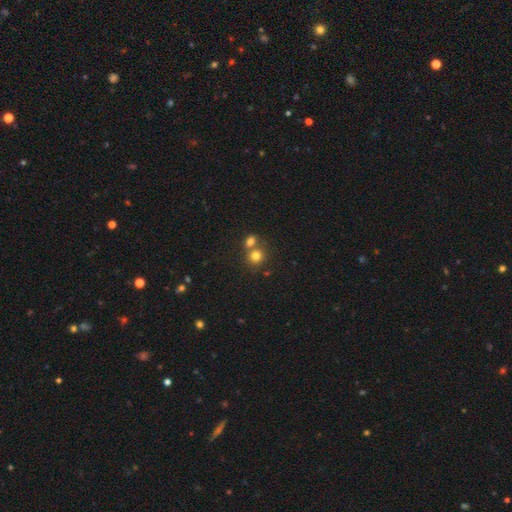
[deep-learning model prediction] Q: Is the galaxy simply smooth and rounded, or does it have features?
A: smooth — 78%.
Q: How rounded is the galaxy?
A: round — 84%.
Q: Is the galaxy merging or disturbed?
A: none — 49%.